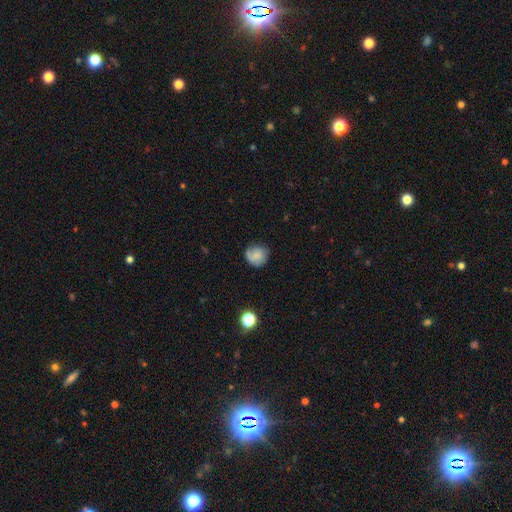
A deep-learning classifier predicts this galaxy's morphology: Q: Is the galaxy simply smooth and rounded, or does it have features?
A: smooth — 71%.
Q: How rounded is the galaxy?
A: round — 84%.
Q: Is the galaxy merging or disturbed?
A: none — 69%.